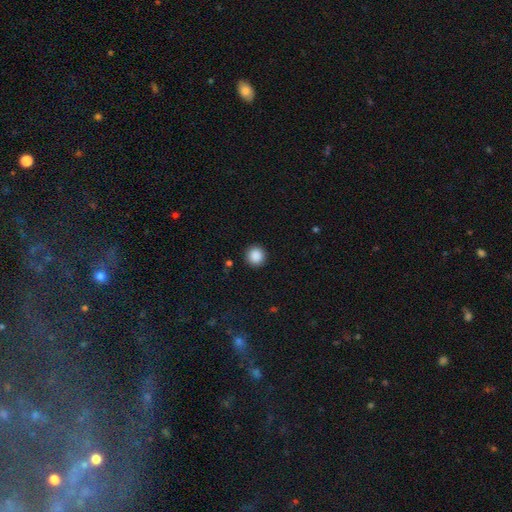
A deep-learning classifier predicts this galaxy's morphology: smooth-or-featured: smooth: 88% | star or artifact: 9% | featured or disk: 3%
  how-rounded: round: 93% | in between: 6% | cigar-shaped: 1%
  merging: none: 91% | minor disturbance: 6% | major disturbance: 2% | merger: 1%